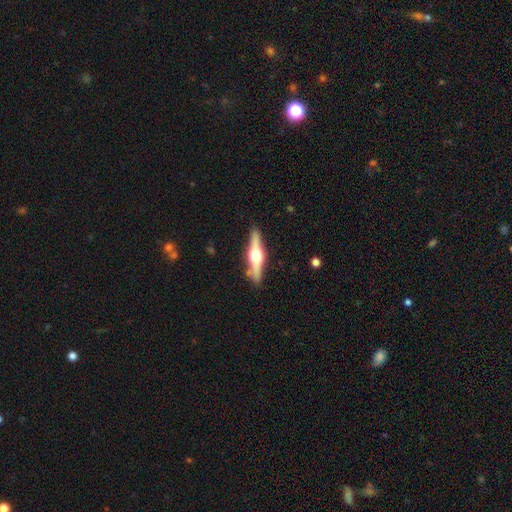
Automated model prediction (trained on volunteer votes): Morphology: type=featured or disk (75%); edge-on=yes (98%); edge-on bulge=rounded (95%); merging=none (87%).